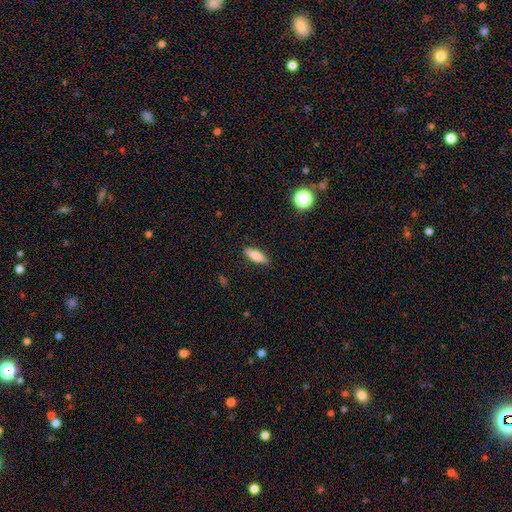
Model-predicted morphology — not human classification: smooth-or-featured: smooth: 70% | featured or disk: 22% | star or artifact: 8%
  how-rounded: cigar-shaped: 55% | in between: 42% | round: 3%
  merging: none: 88% | minor disturbance: 9% | major disturbance: 2% | merger: 1%